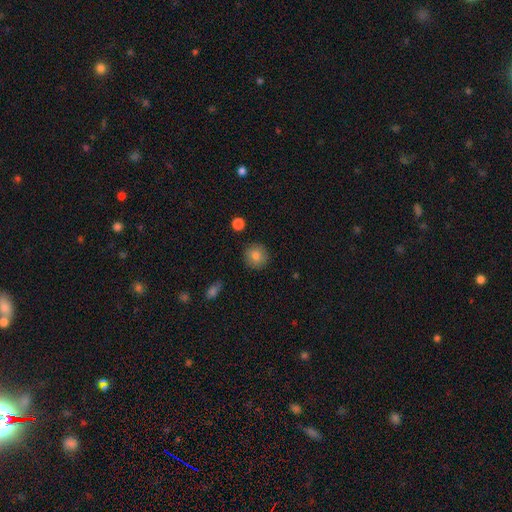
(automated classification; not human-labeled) Smooth or featured? smooth (83%)
How rounded? round (91%)
Merging? none (89%)